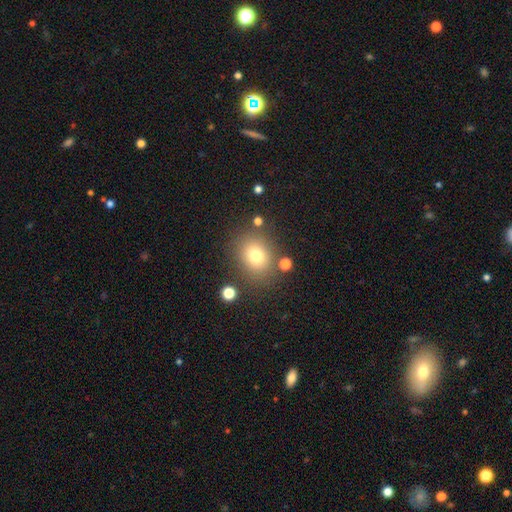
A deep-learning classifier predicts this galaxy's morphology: Q: Smooth or featured?
A: smooth (75%); runner-up: star or artifact (14%)
Q: How rounded?
A: round (67%); runner-up: in between (32%)
Q: Merging?
A: none (79%); runner-up: minor disturbance (11%)